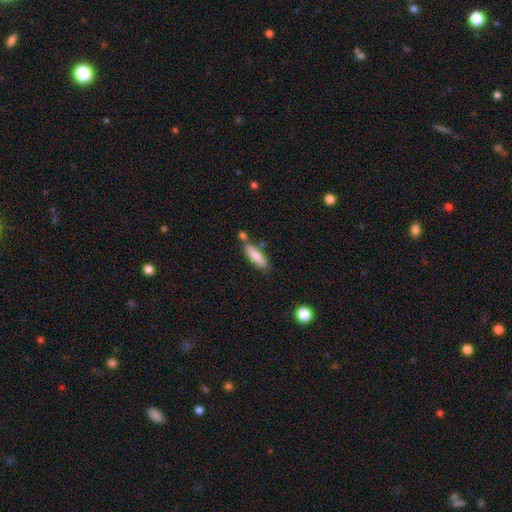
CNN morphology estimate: This appears to be a smooth galaxy with no disk features (80%) that is cigar-shaped (62%). Merging: none (64%).